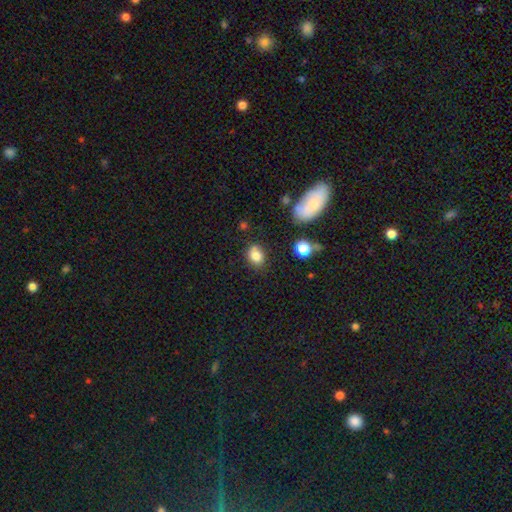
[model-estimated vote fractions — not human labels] A smooth galaxy with no disk features (80%) that is in between round and cigar-shaped (59%). Merging: none (72%).